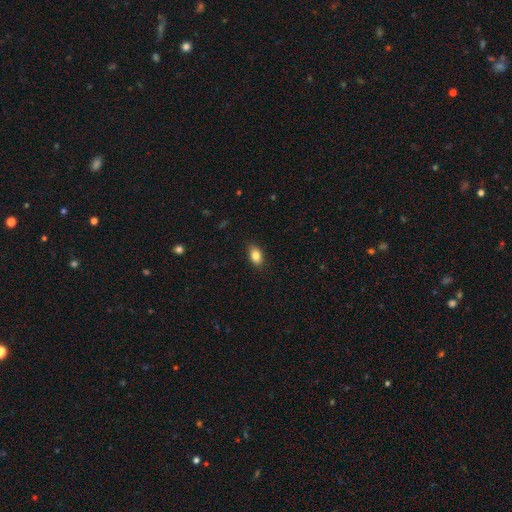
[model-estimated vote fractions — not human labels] A smooth galaxy with no disk features (84%) that is in between round and cigar-shaped (88%).

Vote fractions:
- Smooth or featured? smooth: 84% / star or artifact: 8% / featured or disk: 8%
- How rounded? in between: 88% / round: 10% / cigar-shaped: 3%
- Merging? none: 88% / minor disturbance: 9% / major disturbance: 2% / merger: 1%